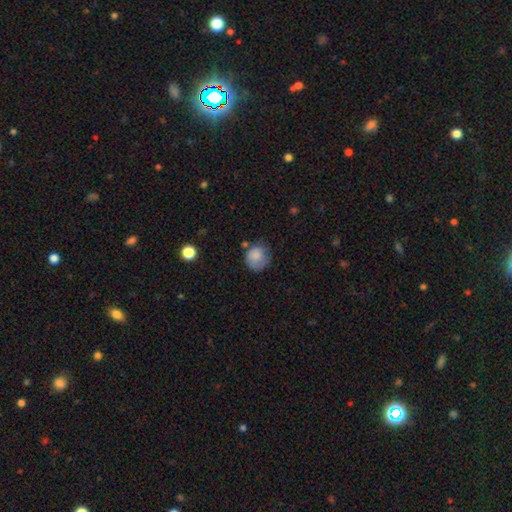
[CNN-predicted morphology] Smooth or featured? smooth (83%)
How rounded? round (80%)
Merging? none (56%)